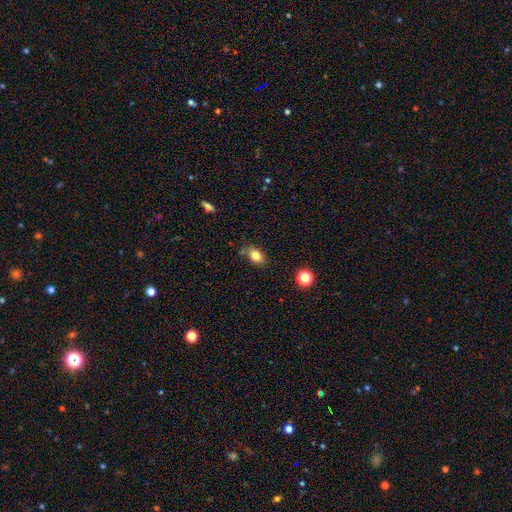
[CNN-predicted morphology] Smooth or featured? Predicted: smooth (p=0.82). How rounded? Predicted: in between (p=0.79). Merging? Predicted: none (p=0.72).